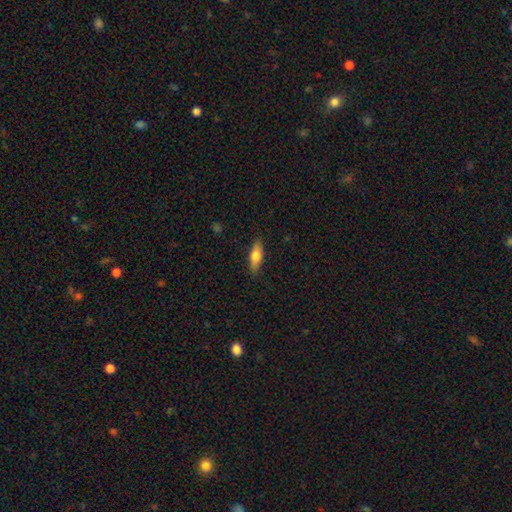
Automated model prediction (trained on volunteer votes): Smooth or featured? Predicted: smooth (p=0.69). How rounded? Predicted: in between (p=0.61). Merging? Predicted: none (p=0.86).